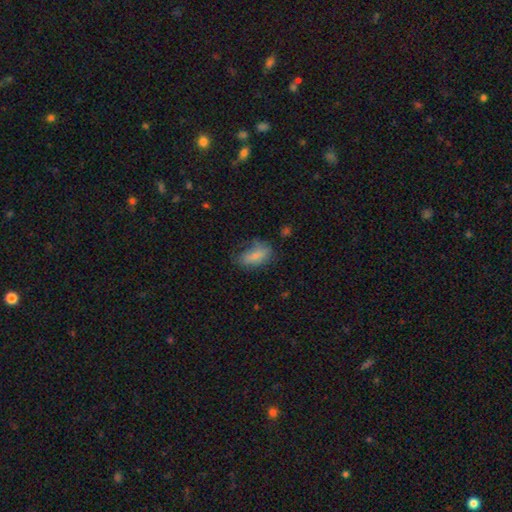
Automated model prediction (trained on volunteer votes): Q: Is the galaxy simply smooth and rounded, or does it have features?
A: smooth — 76%.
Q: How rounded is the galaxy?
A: in between — 87%.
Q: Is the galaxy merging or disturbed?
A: none — 52%.